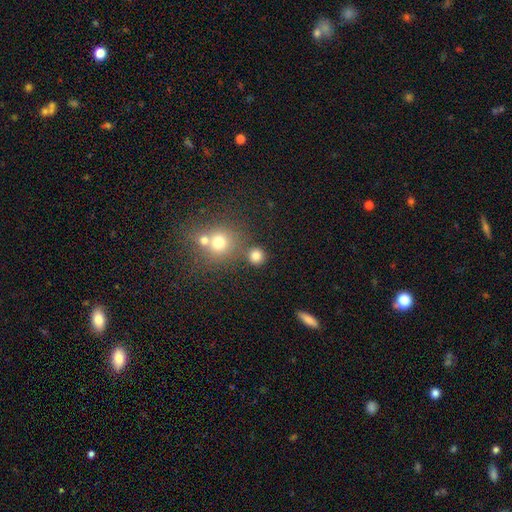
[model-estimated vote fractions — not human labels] smooth-or-featured: smooth: 80% | star or artifact: 14% | featured or disk: 6%
  how-rounded: round: 89% | in between: 10% | cigar-shaped: 1%
  merging: none: 74% | merger: 14% | minor disturbance: 8% | major disturbance: 4%